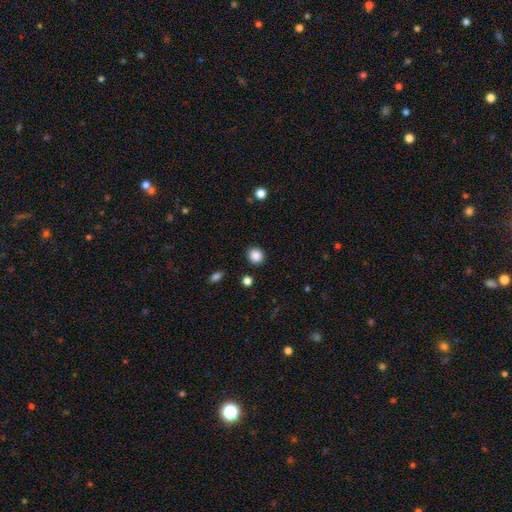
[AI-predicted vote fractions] Smooth or featured: smooth — 87% (star or artifact — 10%)
How rounded: round — 85% (in between — 14%)
Merging: none — 89% (minor disturbance — 7%)